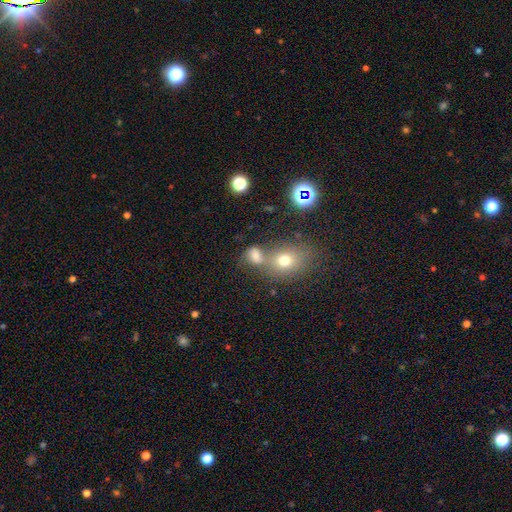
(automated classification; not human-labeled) The model was most divided on "merging": merger: 41%, none: 40%, minor disturbance: 12%, major disturbance: 7%. More confident: smooth or featured — smooth (66%); how rounded — in between (52%).